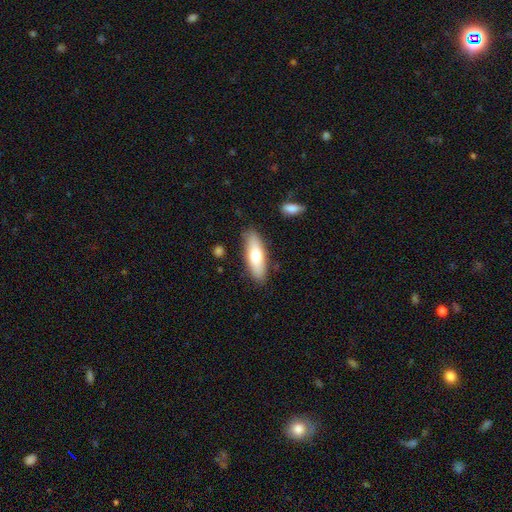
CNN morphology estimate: This is likely a smooth galaxy (69%). How rounded: possibly in between (55%). Merging: clearly none (85%).